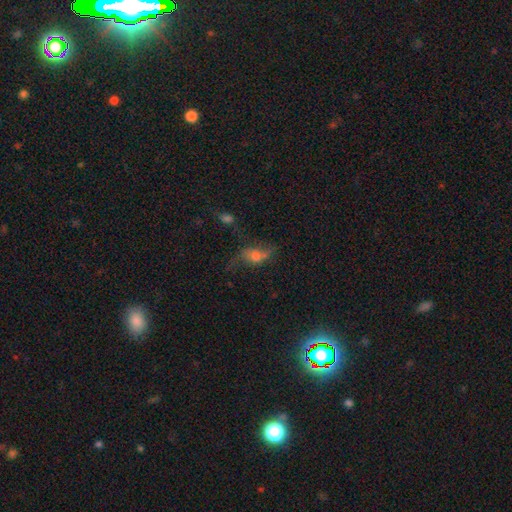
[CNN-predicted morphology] This appears to be a smooth galaxy with no disk features (43%). Merging: none (42%).